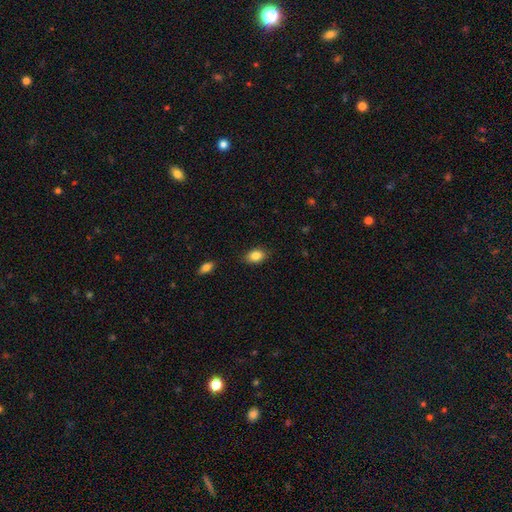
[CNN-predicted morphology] smooth-or-featured: smooth: 85% | star or artifact: 8% | featured or disk: 7%
  how-rounded: in between: 81% | round: 17% | cigar-shaped: 2%
  merging: none: 84% | minor disturbance: 12% | major disturbance: 2% | merger: 1%